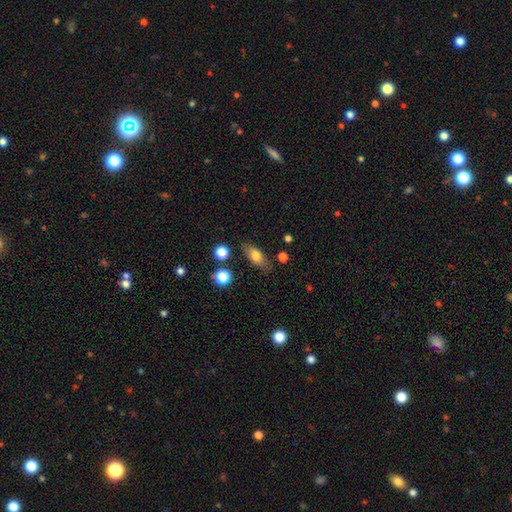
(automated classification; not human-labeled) Smooth or featured: smooth — 73% (featured or disk — 19%)
How rounded: in between — 80% (cigar-shaped — 14%)
Merging: none — 79% (minor disturbance — 14%)